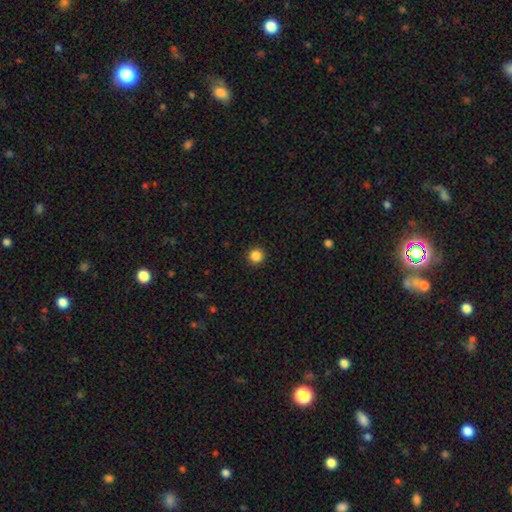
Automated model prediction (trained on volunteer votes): A smooth galaxy with no disk features (86%) that is round (95%). Merging: none (93%).